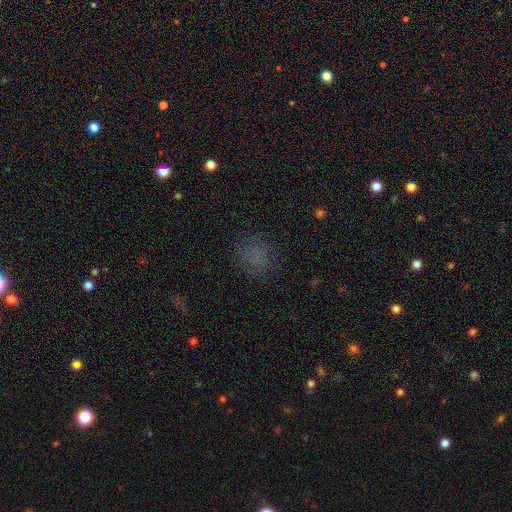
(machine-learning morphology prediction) smooth_or_featured: smooth (p=0.67) [alt: star or artifact p=0.22]
how_rounded: round (p=0.76) [alt: in between p=0.23]
merging: none (p=0.75) [alt: minor disturbance p=0.15]